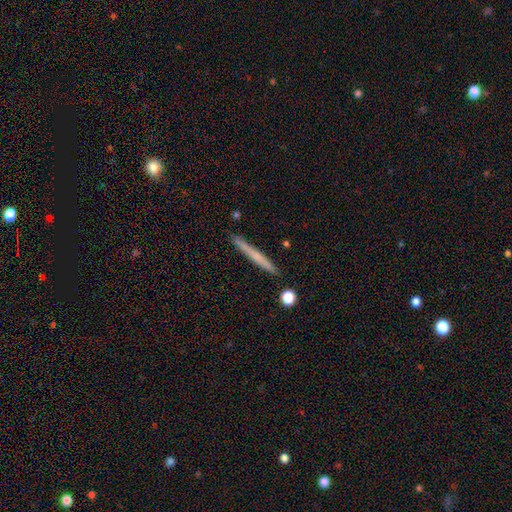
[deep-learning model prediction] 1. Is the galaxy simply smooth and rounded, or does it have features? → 56% smooth, 37% featured or disk, 7% star or artifact.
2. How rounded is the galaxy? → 97% cigar-shaped, 2% in between, 1% round.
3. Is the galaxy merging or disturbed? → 89% none, 7% minor disturbance, 2% merger, 2% major disturbance.